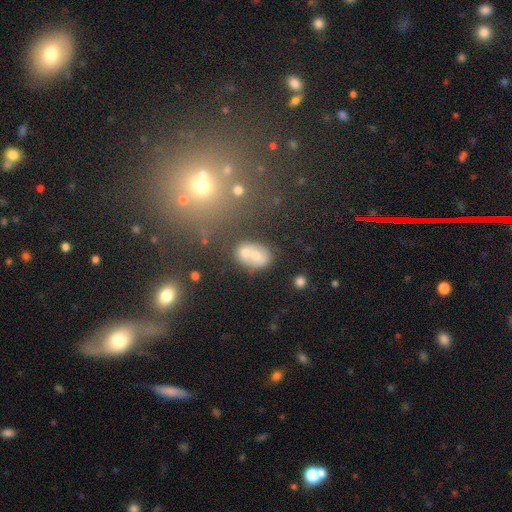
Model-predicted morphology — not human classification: The model was most divided on "how rounded": in between: 62%, round: 37%, cigar-shaped: 1%. More confident: smooth or featured — smooth (59%); merging — merger (56%).